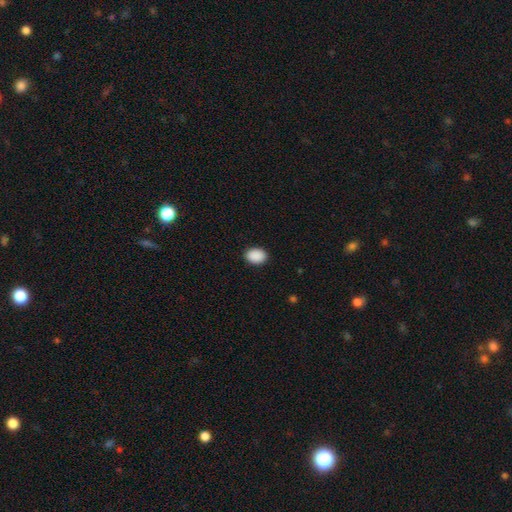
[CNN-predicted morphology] Overall: smooth (91%). How rounded: in between (73%). Merging: none (91%).